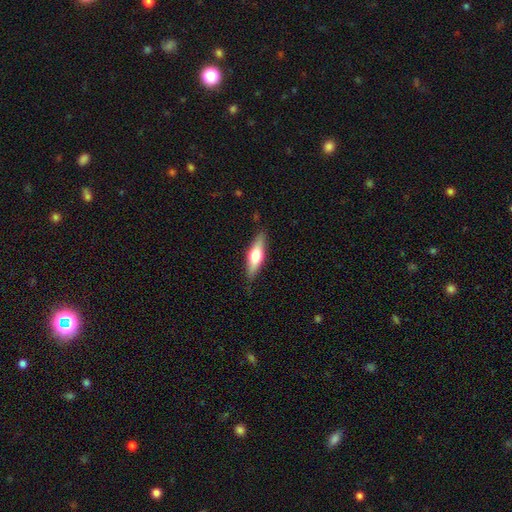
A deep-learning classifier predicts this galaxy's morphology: smooth 52%, featured or disk 42%, star or artifact 6%. Down the decision tree: how rounded — cigar-shaped (56%); merging — none (84%).